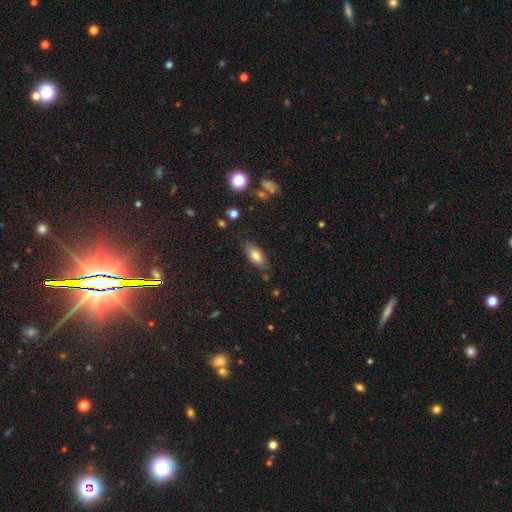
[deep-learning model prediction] A smooth galaxy with no disk features (77%) that is in between round and cigar-shaped (81%).

Vote fractions:
- Smooth or featured? smooth: 77% / featured or disk: 15% / star or artifact: 8%
- How rounded? in between: 81% / cigar-shaped: 16% / round: 3%
- Merging? none: 77% / minor disturbance: 17% / major disturbance: 4% / merger: 2%